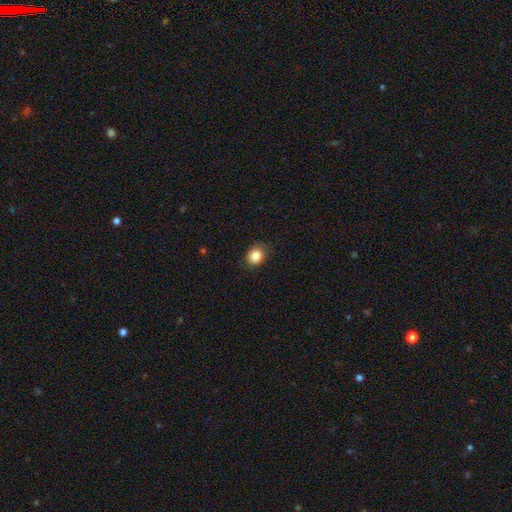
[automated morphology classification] Smooth or featured? smooth (84%)
How rounded? round (54%)
Merging? none (80%)